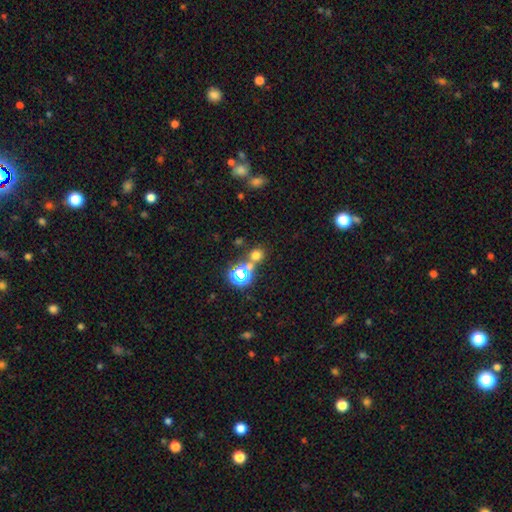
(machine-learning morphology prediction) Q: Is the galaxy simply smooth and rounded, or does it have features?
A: smooth — 63%.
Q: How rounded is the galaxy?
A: round — 84%.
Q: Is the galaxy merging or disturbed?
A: none — 61%.